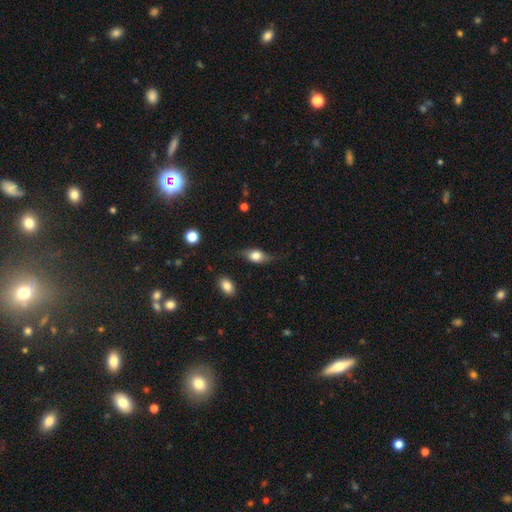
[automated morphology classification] A smooth galaxy with no disk features (60%) that is in between round and cigar-shaped (74%).

Vote fractions:
- Smooth or featured? smooth: 60% / featured or disk: 32% / star or artifact: 8%
- How rounded? in between: 74% / round: 17% / cigar-shaped: 9%
- Merging? none: 61% / minor disturbance: 27% / major disturbance: 10% / merger: 2%